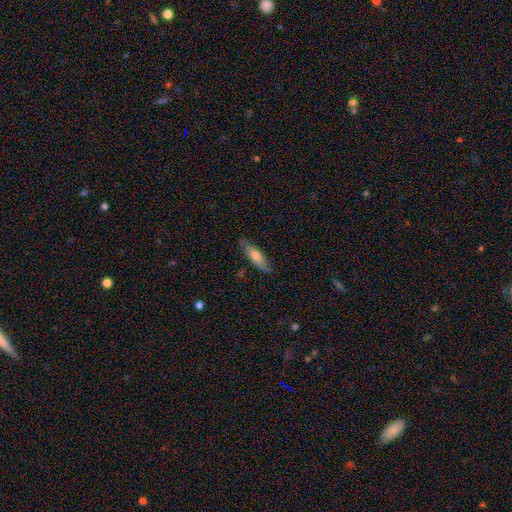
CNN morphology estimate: type=smooth (59%); roundness=cigar-shaped (56%); merging=none (76%).